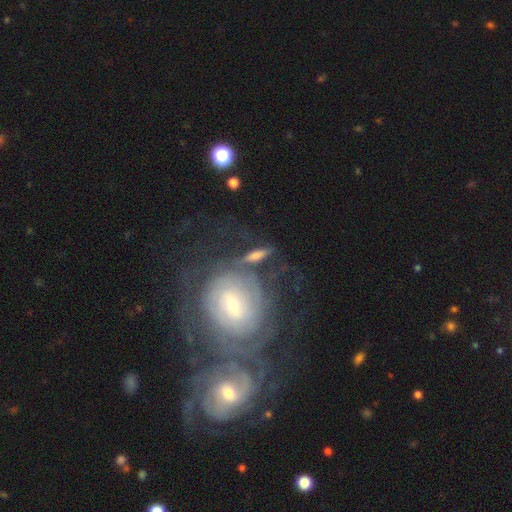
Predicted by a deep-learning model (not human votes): smooth 47%, featured or disk 41%, star or artifact 11%. Down the decision tree: merging — none (61%).